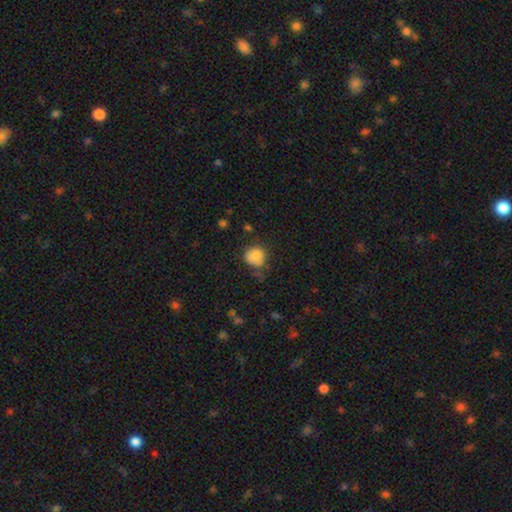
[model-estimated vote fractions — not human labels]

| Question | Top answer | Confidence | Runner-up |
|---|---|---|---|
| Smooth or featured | smooth | 79% | featured or disk (11%) |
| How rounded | round | 80% | in between (19%) |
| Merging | none | 57% | minor disturbance (28%) |